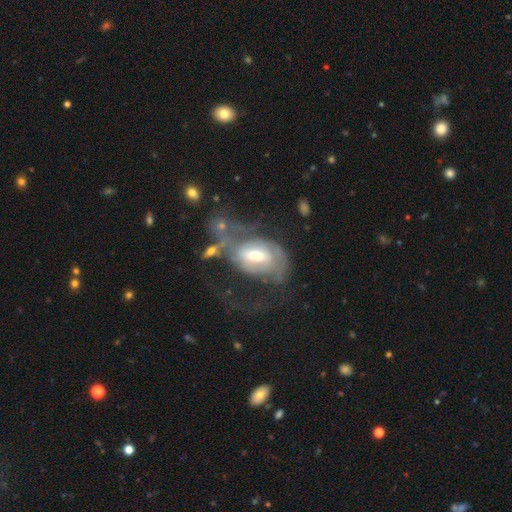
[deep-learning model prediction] Overall: featured or disk (70%). Edge-on disk: no (95%). Bar: weak (46%; no 34%). Spiral arms: yes (73%). Bulge size: moderate (65%). Merging: major disturbance (48%; none 23%).